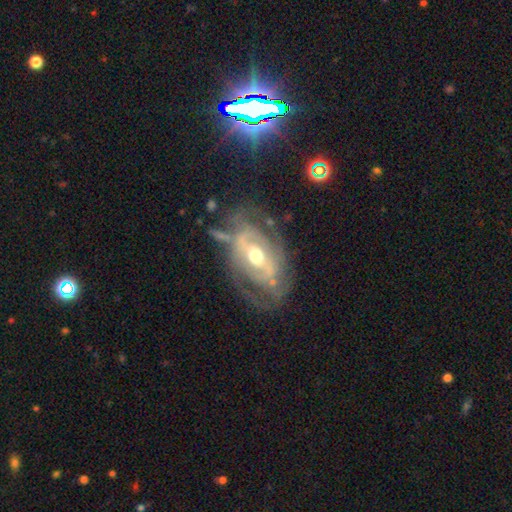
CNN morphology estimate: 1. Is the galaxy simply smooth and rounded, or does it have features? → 81% featured or disk, 13% smooth, 6% star or artifact.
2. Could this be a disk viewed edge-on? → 94% no, 6% yes.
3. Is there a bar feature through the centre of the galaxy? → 36% weak, 33% no, 31% strong.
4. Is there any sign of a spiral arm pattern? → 70% yes, 30% no.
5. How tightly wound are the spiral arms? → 47% tight, 35% medium, 17% loose.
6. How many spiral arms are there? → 52% 2, 30% can't tell, 6% 3, 6% 1, 3% 4, 2% more than 4.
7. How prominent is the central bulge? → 72% moderate, 17% small, 8% large, 1% dominant, 1% none.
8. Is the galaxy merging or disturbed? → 55% none, 22% minor disturbance, 18% major disturbance, 5% merger.